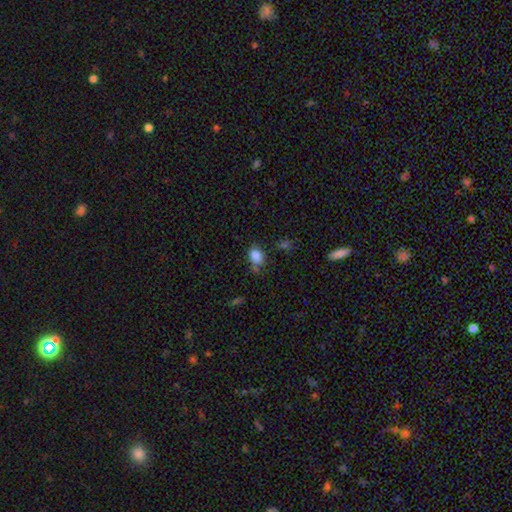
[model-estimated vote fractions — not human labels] Q: Smooth or featured?
A: smooth (84%); runner-up: star or artifact (11%)
Q: How rounded?
A: in between (67%); runner-up: round (32%)
Q: Merging?
A: none (60%); runner-up: minor disturbance (23%)